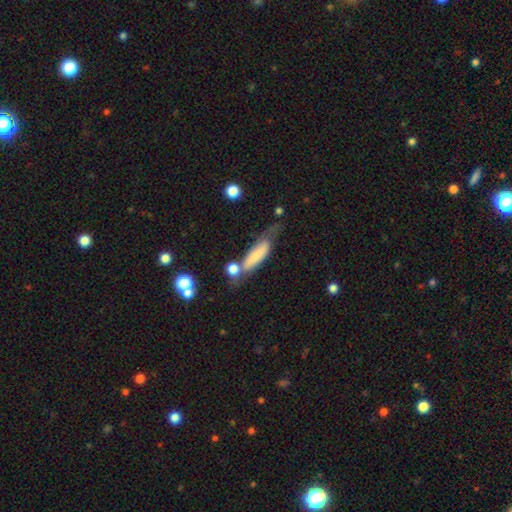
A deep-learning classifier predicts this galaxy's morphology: A smooth galaxy with no disk features (63%) that is cigar-shaped (54%).

Vote fractions:
- Smooth or featured? smooth: 63% / featured or disk: 30% / star or artifact: 7%
- How rounded? cigar-shaped: 54% / in between: 43% / round: 3%
- Merging? none: 37% / minor disturbance: 24% / merger: 23% / major disturbance: 16%